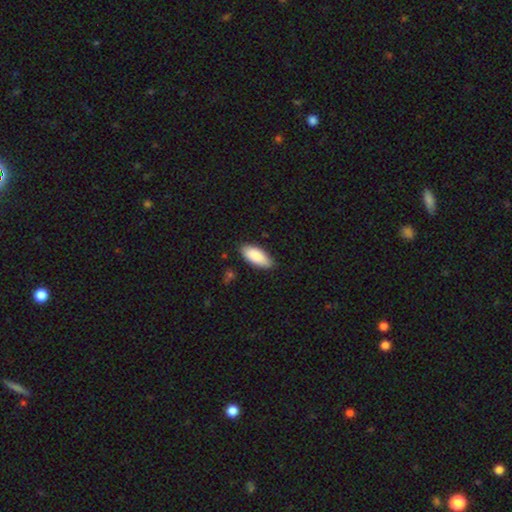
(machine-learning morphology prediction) smooth-or-featured: smooth: 89% | featured or disk: 6% | star or artifact: 6%
  how-rounded: in between: 87% | cigar-shaped: 11% | round: 2%
  merging: none: 83% | minor disturbance: 14% | major disturbance: 2% | merger: 1%